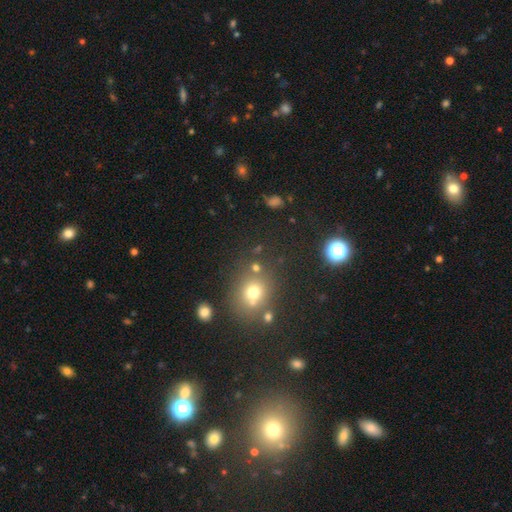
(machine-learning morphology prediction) Overall: smooth (54%; star or artifact 38%). How rounded: round (81%). Merging: none (76%).